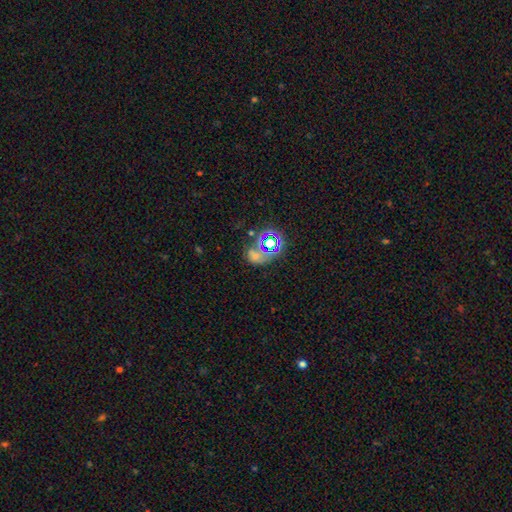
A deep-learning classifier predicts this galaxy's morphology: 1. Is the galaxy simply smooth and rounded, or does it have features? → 45% star or artifact, 37% smooth, 18% featured or disk.